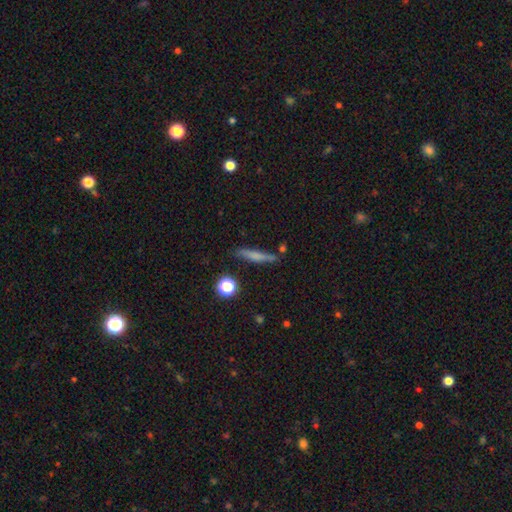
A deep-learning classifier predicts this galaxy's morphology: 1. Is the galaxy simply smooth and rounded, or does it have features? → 58% smooth, 31% featured or disk, 11% star or artifact.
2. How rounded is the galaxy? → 87% cigar-shaped, 9% in between, 4% round.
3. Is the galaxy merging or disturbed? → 76% none, 14% minor disturbance, 6% merger, 4% major disturbance.